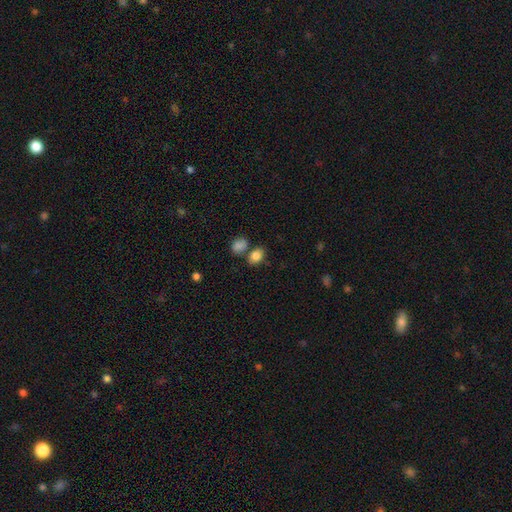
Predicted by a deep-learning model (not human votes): Smooth or featured?
  - smooth: 84% *
  - star or artifact: 10%
  - featured or disk: 6%
How rounded?
  - in between: 63% *
  - round: 36%
  - cigar-shaped: 1%
Merging?
  - none: 61% *
  - merger: 21%
  - minor disturbance: 13%
  - major disturbance: 4%